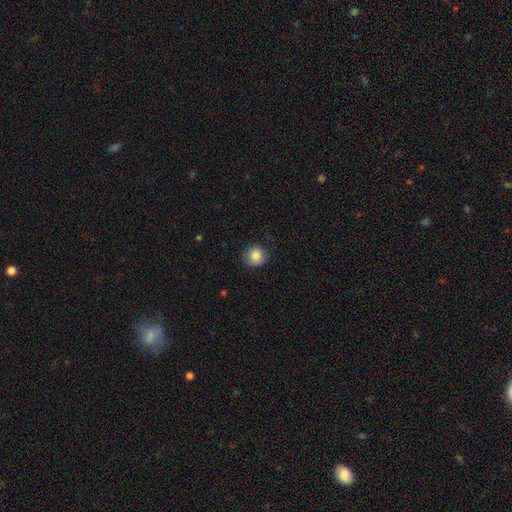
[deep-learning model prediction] Q: Smooth or featured?
A: smooth (86%); runner-up: star or artifact (9%)
Q: How rounded?
A: round (89%); runner-up: in between (10%)
Q: Merging?
A: none (80%); runner-up: minor disturbance (15%)